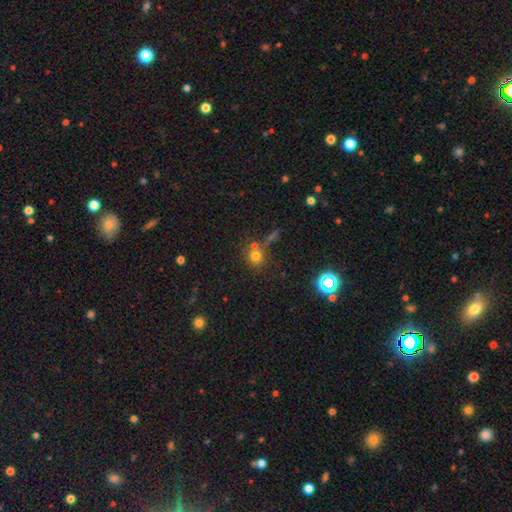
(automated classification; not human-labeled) smooth 69%, star or artifact 20%, featured or disk 11%. Down the decision tree: how rounded — round (87%); merging — none (56%).